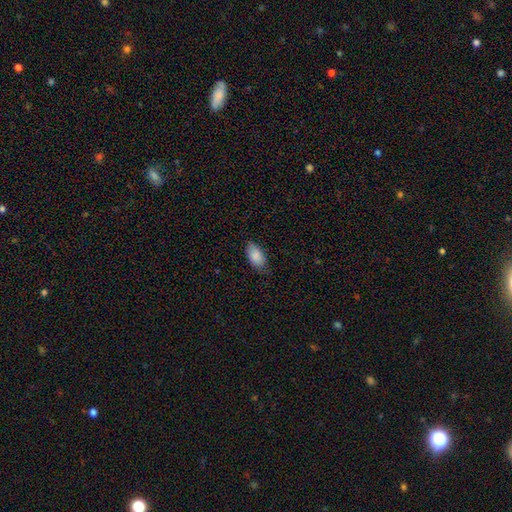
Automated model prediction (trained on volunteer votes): This appears to be a smooth galaxy with no disk features (87%) that is in between round and cigar-shaped (94%). Merging: none (71%).